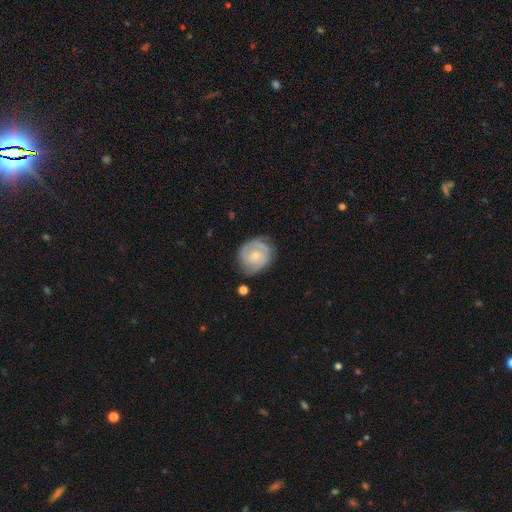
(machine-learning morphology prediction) A featured or disk galaxy (67%) with no bar (65%), 2 (58%) tight (55%) spiral arms (88%) and a small central bulge (53%).

Vote fractions:
- Smooth or featured? featured or disk: 67% / smooth: 27% / star or artifact: 6%
- Edge-on disk? no: 98% / yes: 2%
- Bar? no: 65% / weak: 31% / strong: 5%
- Spiral arms? yes: 88% / no: 12%
- Spiral winding? tight: 55% / medium: 35% / loose: 10%
- Spiral arm count? 2: 58% / can't tell: 23% / 3: 10% / 1: 5% / 4: 2% / more than 4: 2%
- Bulge size? small: 53% / moderate: 40% / none: 3% / large: 2% / dominant: 1%
- Merging? none: 68% / minor disturbance: 22% / major disturbance: 7% / merger: 2%